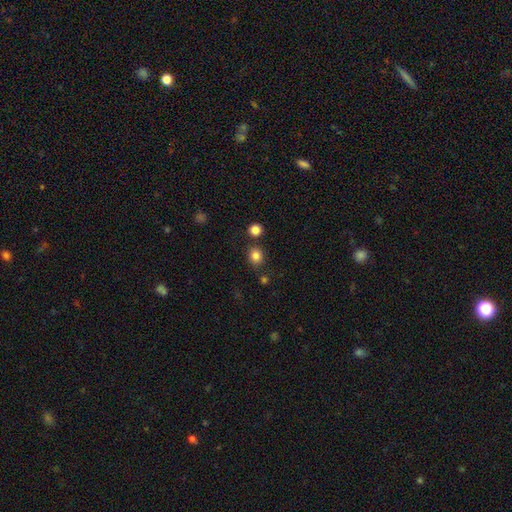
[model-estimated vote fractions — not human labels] Morphology: type=smooth (83%); roundness=round (84%); merging=none (80%).